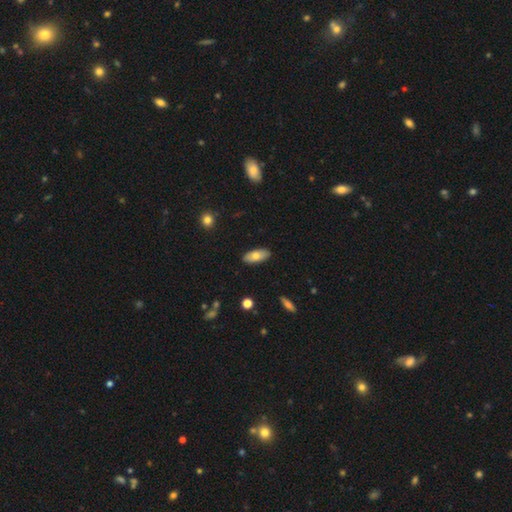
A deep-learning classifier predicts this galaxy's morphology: Overall: smooth (73%). How rounded: in between (84%). Merging: none (88%).